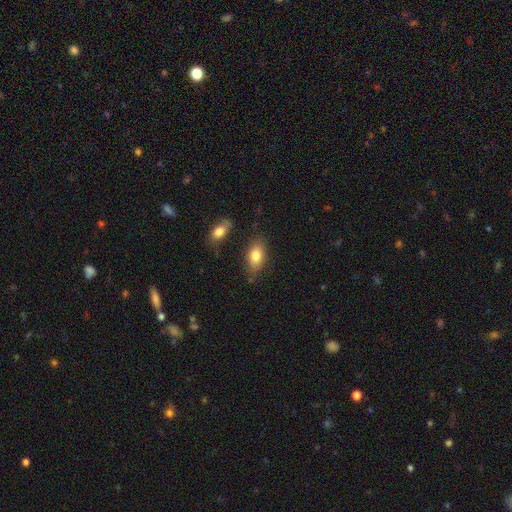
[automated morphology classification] Smooth or featured?
  - smooth: 80% *
  - featured or disk: 12%
  - star or artifact: 7%
How rounded?
  - in between: 88% *
  - round: 8%
  - cigar-shaped: 4%
Merging?
  - none: 75% *
  - minor disturbance: 16%
  - merger: 4%
  - major disturbance: 4%